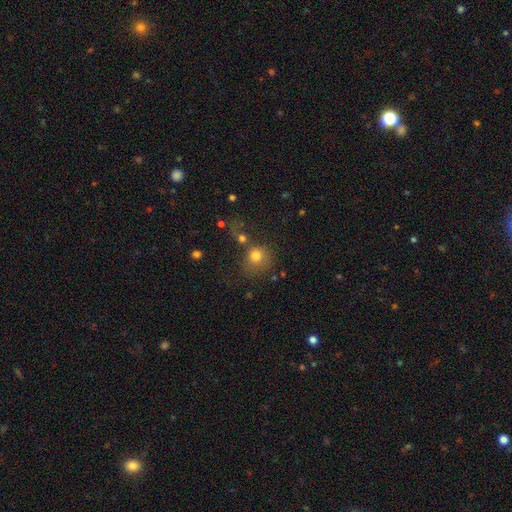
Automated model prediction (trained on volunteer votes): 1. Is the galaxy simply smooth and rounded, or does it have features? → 77% smooth, 13% star or artifact, 10% featured or disk.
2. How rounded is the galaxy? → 83% round, 16% in between, 1% cigar-shaped.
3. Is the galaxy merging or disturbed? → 44% none, 27% merger, 15% minor disturbance, 14% major disturbance.